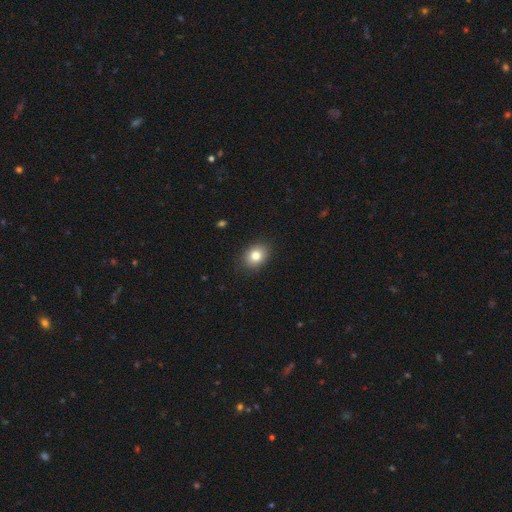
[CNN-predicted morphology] smooth 82%, star or artifact 10%, featured or disk 8%. Down the decision tree: how rounded — in between (56%); merging — none (88%).